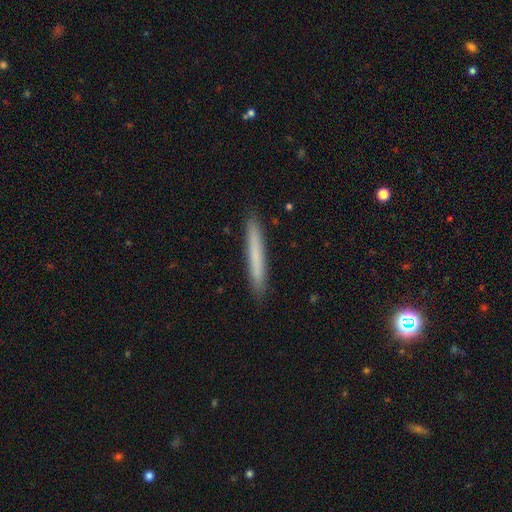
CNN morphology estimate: A smooth galaxy with no disk features (71%) that is cigar-shaped (97%). Merging: none (91%).